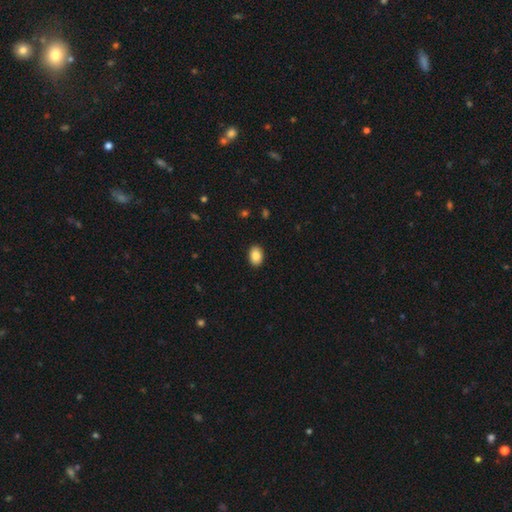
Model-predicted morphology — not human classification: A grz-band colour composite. It shows a smooth galaxy with no disk features (86%) that is in between round and cigar-shaped (80%). Merging: none (90%).